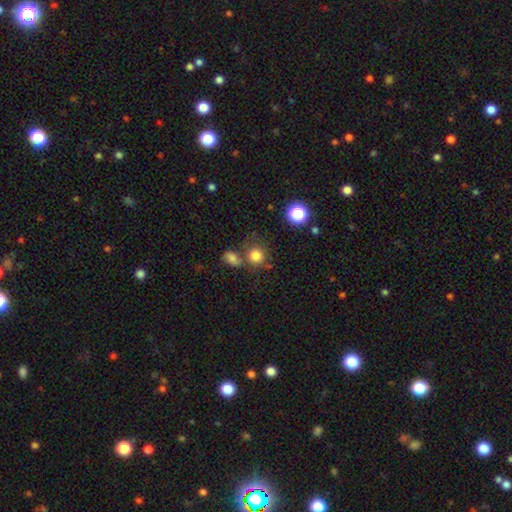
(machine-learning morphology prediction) This appears to be a smooth galaxy with no disk features (79%) that is round (86%). Merging: none (59%).